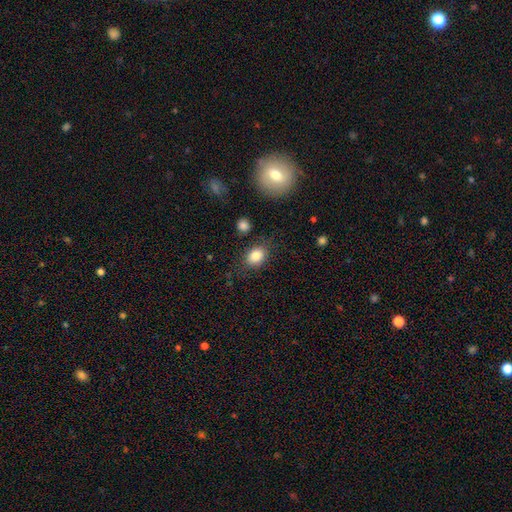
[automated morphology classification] Smooth or featured? Predicted: smooth (p=0.84). How rounded? Predicted: in between (p=0.62). Merging? Predicted: none (p=0.77).